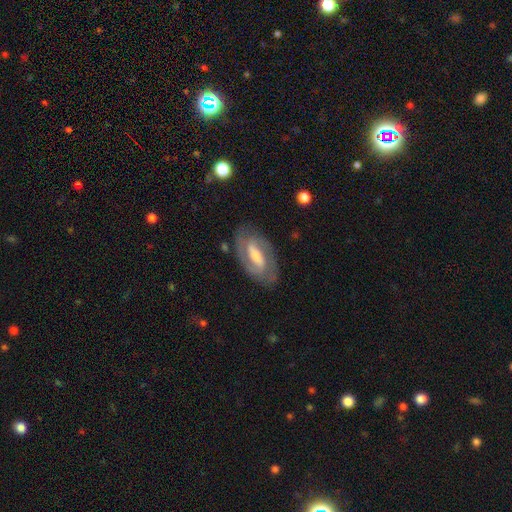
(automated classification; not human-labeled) The model was most divided on "spiral winding" (2-way tie): medium: 44%, tight: 44%, loose: 12%. Remaining: edge-on disk — no (94%); spiral arms — yes (89%); spiral arm count — 2 (85%); merging — none (81%); smooth or featured — featured or disk (80%); bulge size — moderate (48%); bar — strong (45%).